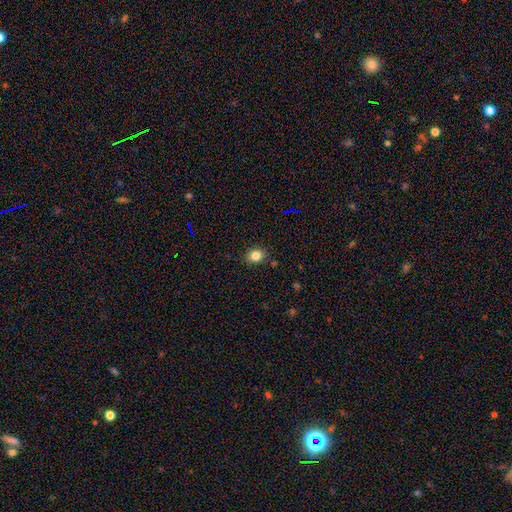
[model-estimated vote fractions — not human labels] A smooth galaxy with no disk features (82%) that is round (57%).

Vote fractions:
- Smooth or featured? smooth: 82% / star or artifact: 12% / featured or disk: 6%
- How rounded? round: 57% / in between: 42% / cigar-shaped: 1%
- Merging? none: 87% / minor disturbance: 9% / major disturbance: 2% / merger: 2%